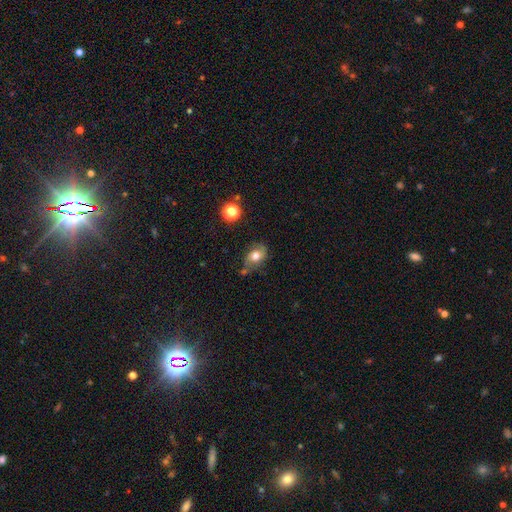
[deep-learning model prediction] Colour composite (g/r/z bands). It shows a smooth galaxy with no disk features (54%) that is in between round and cigar-shaped (62%). Merging: none (54%).